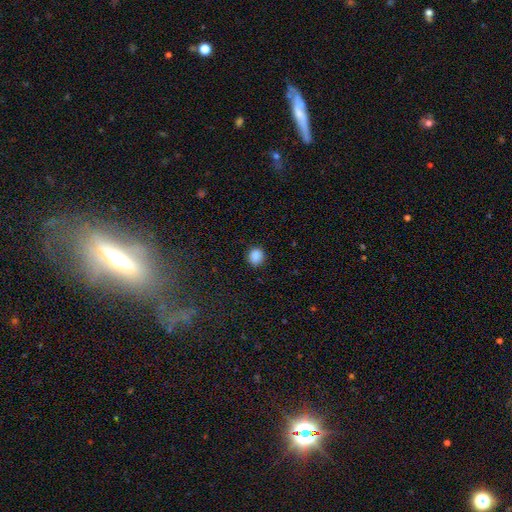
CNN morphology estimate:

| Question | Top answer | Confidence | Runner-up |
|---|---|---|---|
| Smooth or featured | smooth | 88% | star or artifact (9%) |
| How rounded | round | 81% | in between (18%) |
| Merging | none | 88% | minor disturbance (9%) |